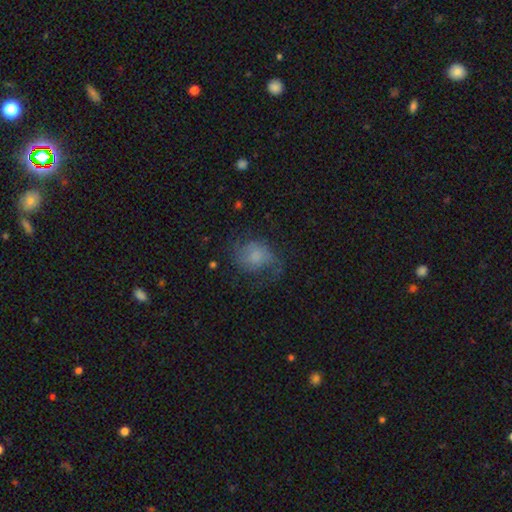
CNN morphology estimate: Smooth or featured: featured or disk — 52% (smooth — 38%)
Edge-on disk: no — 97% (yes — 3%)
Bar: no — 69% (weak — 27%)
Spiral arms: yes — 85% (no — 15%)
Bulge size: none — 30% (moderate — 26%)
Merging: none — 54% (major disturbance — 22%)